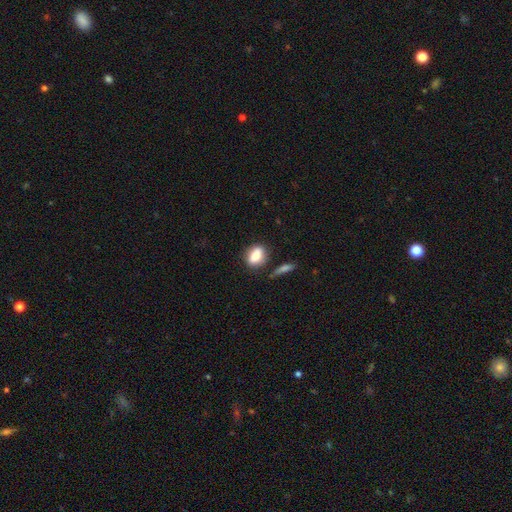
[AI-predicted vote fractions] A smooth galaxy with no disk features (80%) that is in between round and cigar-shaped (69%). Merging: none (69%).